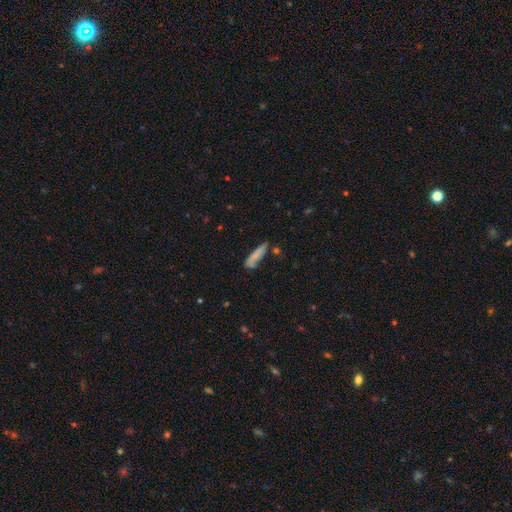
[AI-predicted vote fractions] This is likely a smooth galaxy (75%). How rounded: likely cigar-shaped (75%). Merging: possibly none (57%).